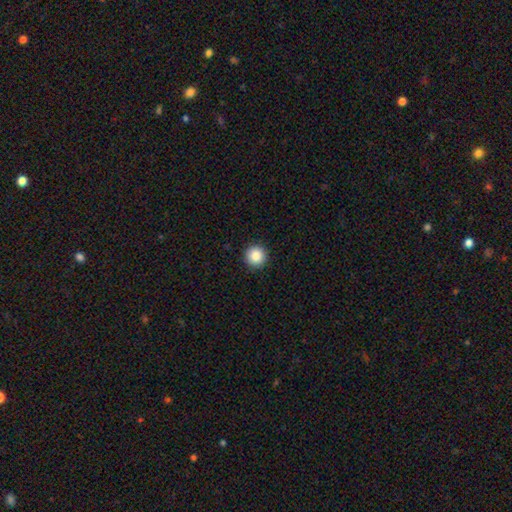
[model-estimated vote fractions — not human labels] Morphology: type=smooth (87%); roundness=round (96%); merging=none (93%).